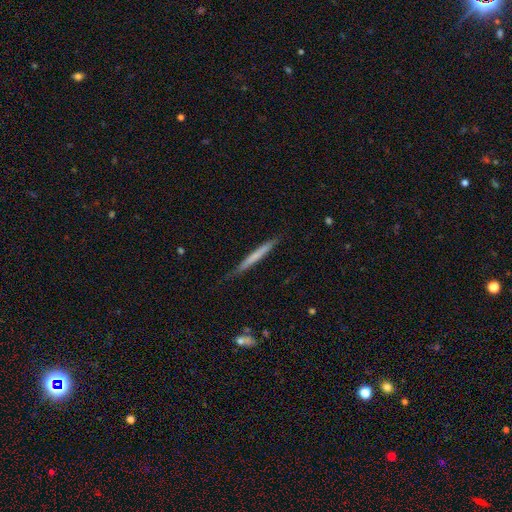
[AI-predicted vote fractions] Smooth or featured? smooth (57%)
How rounded? cigar-shaped (97%)
Merging? none (81%)